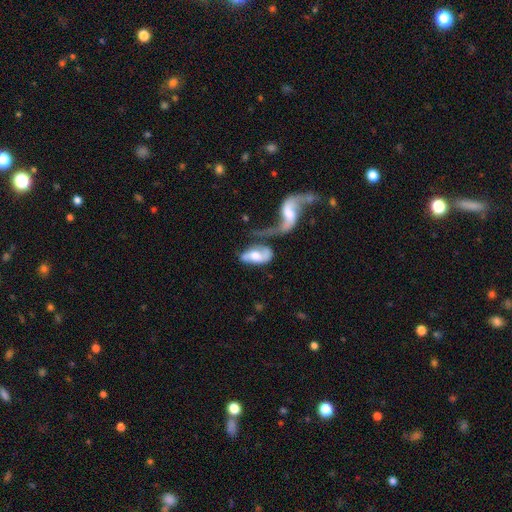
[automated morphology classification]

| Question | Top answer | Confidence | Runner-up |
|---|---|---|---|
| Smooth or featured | featured or disk | 60% | smooth (34%) |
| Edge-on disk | no | 92% | yes (8%) |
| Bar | no | 56% | weak (33%) |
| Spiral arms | yes | 73% | no (27%) |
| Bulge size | moderate | 47% | large (27%) |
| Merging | merger | 53% | none (18%) |